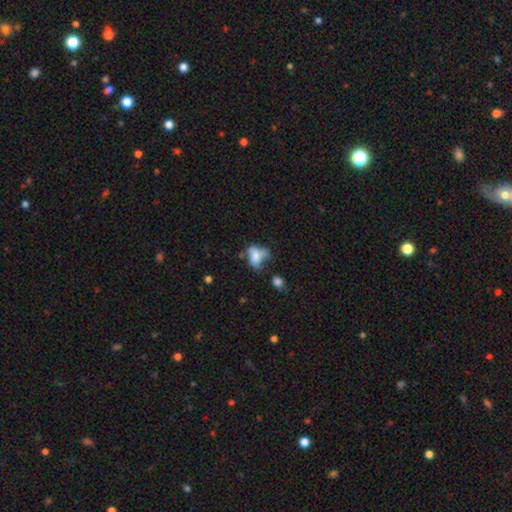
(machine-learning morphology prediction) A smooth galaxy with no disk features (62%) that is in between round and cigar-shaped (80%).

Vote fractions:
- Smooth or featured? smooth: 62% / featured or disk: 26% / star or artifact: 12%
- How rounded? in between: 80% / round: 15% / cigar-shaped: 5%
- Merging? none: 28% / major disturbance: 26% / merger: 23% / minor disturbance: 23%